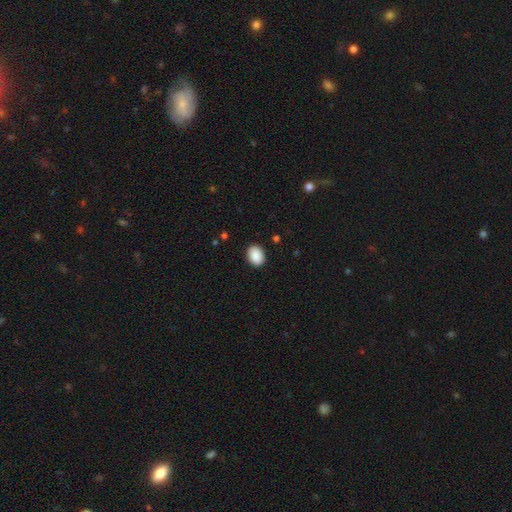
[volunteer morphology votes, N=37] This appears to be a smooth galaxy with no disk features (84%) that is in between round and cigar-shaped (58%). Merging: none (91%).